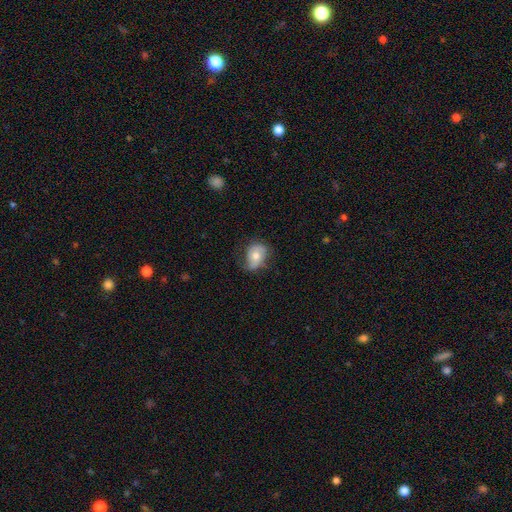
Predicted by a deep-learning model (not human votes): smooth-or-featured: smooth: 60% | featured or disk: 32% | star or artifact: 8%
  how-rounded: in between: 72% | round: 27% | cigar-shaped: 1%
  merging: none: 55% | minor disturbance: 32% | major disturbance: 12% | merger: 1%